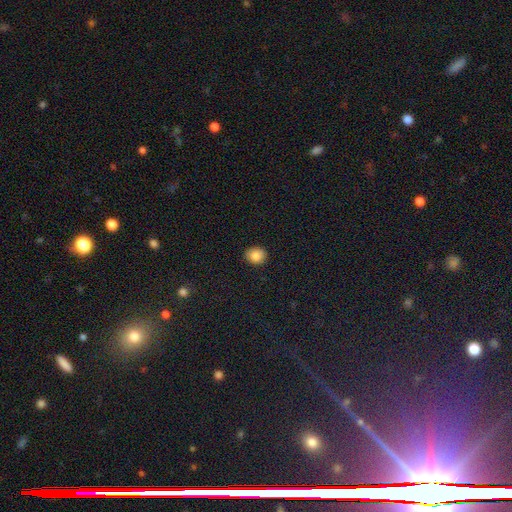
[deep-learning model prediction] Smooth or featured: smooth — 85% (star or artifact — 9%)
How rounded: round — 74% (in between — 25%)
Merging: none — 89% (minor disturbance — 8%)